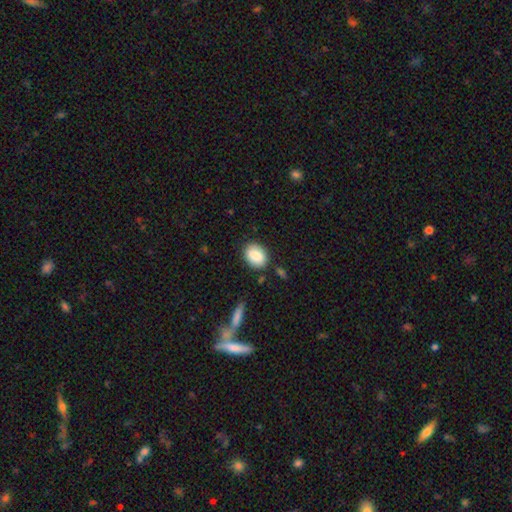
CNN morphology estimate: A smooth galaxy with no disk features (86%) that is in between round and cigar-shaped (75%).

Vote fractions:
- Smooth or featured? smooth: 86% / featured or disk: 7% / star or artifact: 7%
- How rounded? in between: 75% / round: 24% / cigar-shaped: 1%
- Merging? none: 81% / minor disturbance: 13% / merger: 4% / major disturbance: 3%